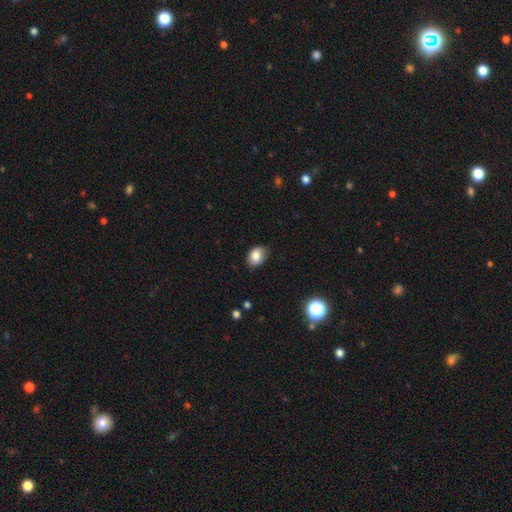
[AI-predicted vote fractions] This is clearly a smooth galaxy (83%). How rounded: likely in between (75%). Merging: likely none (79%).